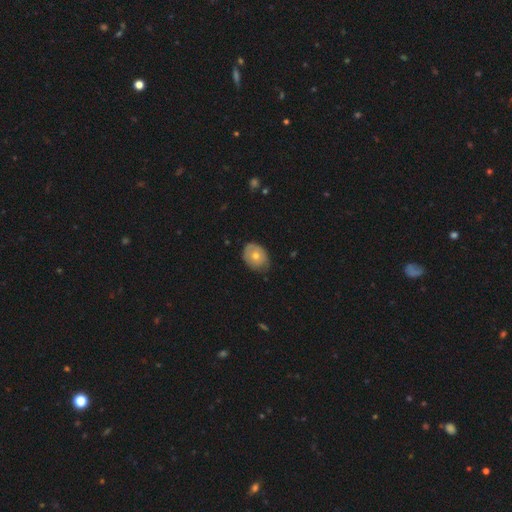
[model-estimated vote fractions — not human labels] Q: Smooth or featured?
A: smooth (60%); runner-up: featured or disk (33%)
Q: How rounded?
A: in between (53%); runner-up: round (46%)
Q: Merging?
A: none (67%); runner-up: minor disturbance (27%)